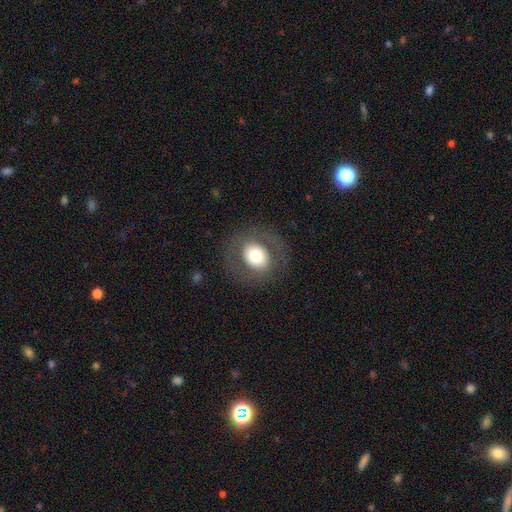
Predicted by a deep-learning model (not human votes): A smooth galaxy with no disk features (60%) that is round (65%). Merging: none (81%).